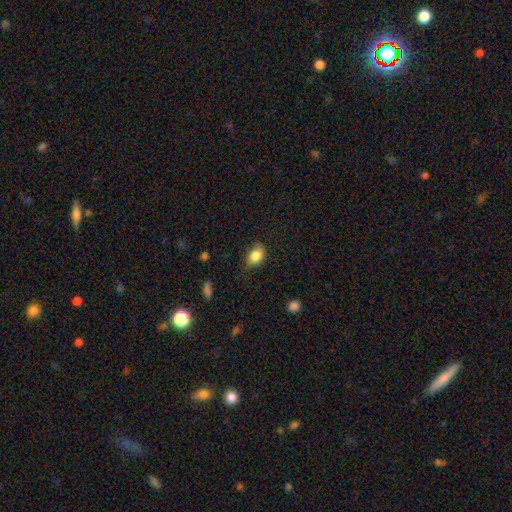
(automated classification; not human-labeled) Smooth or featured: smooth — 85% (star or artifact — 8%)
How rounded: in between — 71% (round — 28%)
Merging: none — 59% (minor disturbance — 31%)